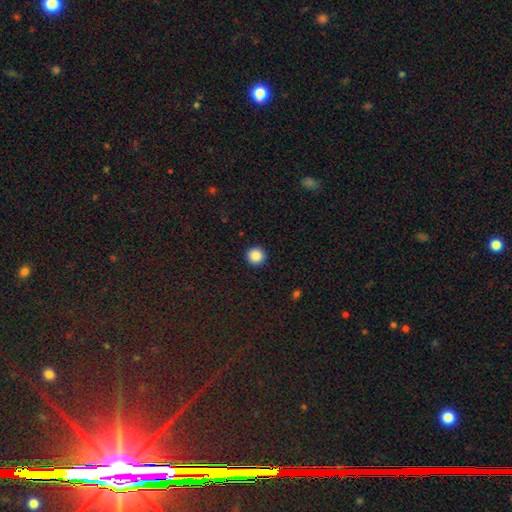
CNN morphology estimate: Smooth or featured: smooth — 87% (star or artifact — 10%)
How rounded: round — 96% (in between — 3%)
Merging: none — 93% (minor disturbance — 4%)